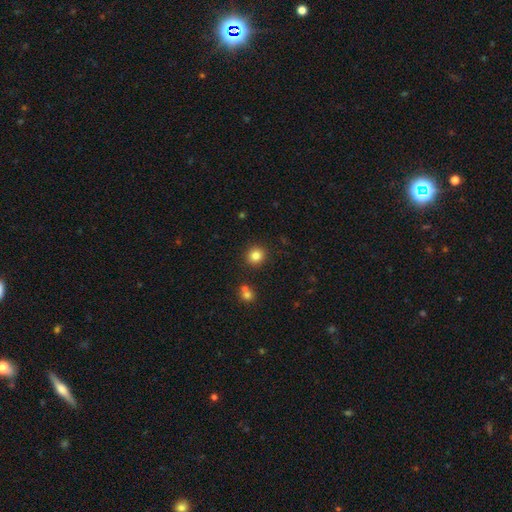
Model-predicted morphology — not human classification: Smooth or featured? smooth (83%)
How rounded? round (91%)
Merging? none (89%)